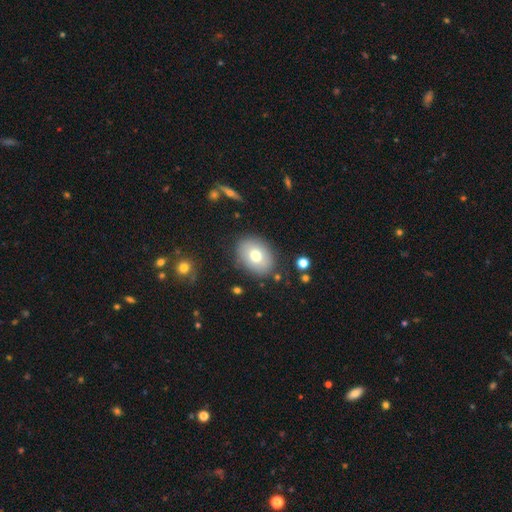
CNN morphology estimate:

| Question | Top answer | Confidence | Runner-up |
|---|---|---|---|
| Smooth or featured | smooth | 73% | featured or disk (18%) |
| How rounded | in between | 67% | round (32%) |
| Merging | none | 84% | minor disturbance (11%) |